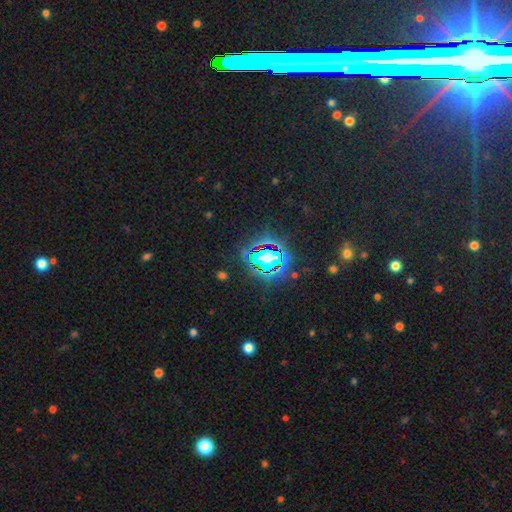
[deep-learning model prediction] A star or artifact, not a galaxy (82%).